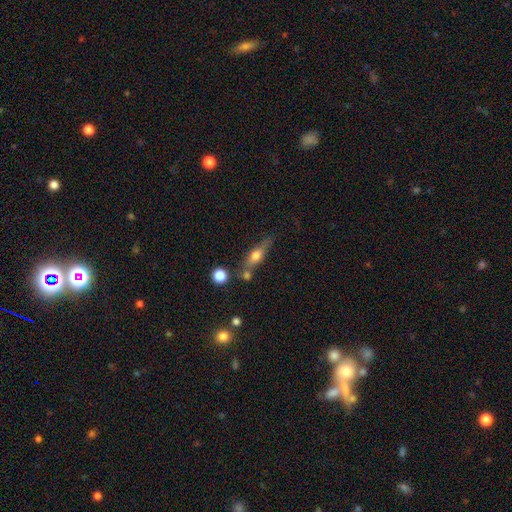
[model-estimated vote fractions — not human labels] smooth-or-featured: smooth: 58% | featured or disk: 33% | star or artifact: 9%
  how-rounded: in between: 47% | cigar-shaped: 44% | round: 9%
  merging: none: 53% | merger: 21% | minor disturbance: 19% | major disturbance: 7%